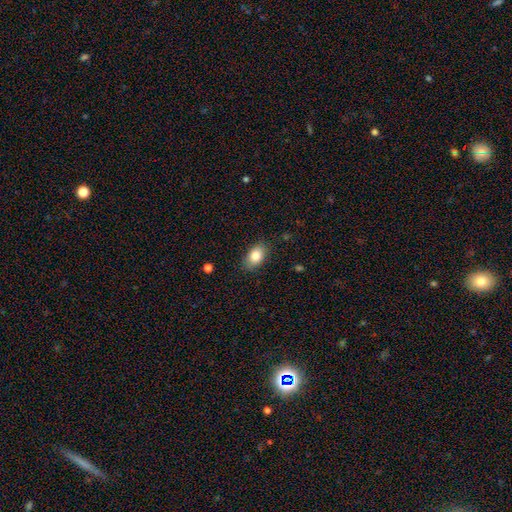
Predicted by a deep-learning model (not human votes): Smooth or featured: smooth — 82% (featured or disk — 10%)
How rounded: in between — 87% (round — 12%)
Merging: none — 84% (minor disturbance — 12%)